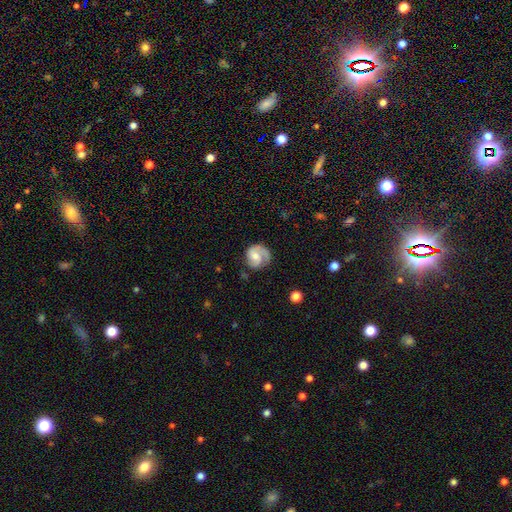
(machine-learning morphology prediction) Smooth or featured?
  - featured or disk: 72% *
  - smooth: 22%
  - star or artifact: 6%
Edge-on disk?
  - no: 98% *
  - yes: 2%
Bar?
  - no: 56% *
  - weak: 37%
  - strong: 7%
Spiral arms?
  - yes: 93% *
  - no: 7%
Spiral winding?
  - tight: 42% *
  - medium: 41%
  - loose: 17%
Spiral arm count?
  - 2: 55% *
  - 1: 34%
  - can't tell: 7%
  - 3: 2%
  - 4: 1%
  - more than 4: 1%
Bulge size?
  - moderate: 48% *
  - small: 39%
  - none: 7%
  - large: 5%
  - dominant: 1%
Merging?
  - none: 65% *
  - minor disturbance: 22%
  - major disturbance: 12%
  - merger: 2%